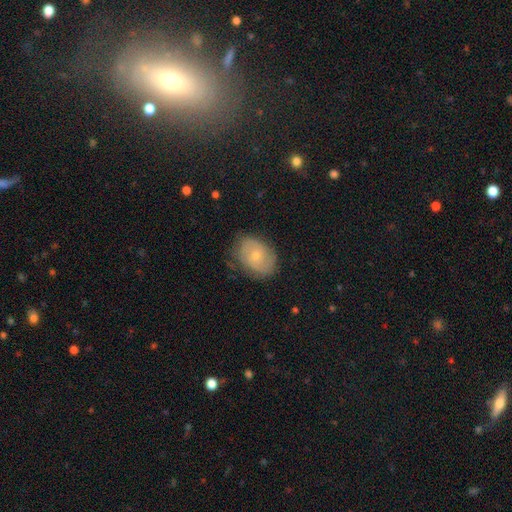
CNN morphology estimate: This is possibly a featured or disk galaxy (47%). Merging: likely none (73%).